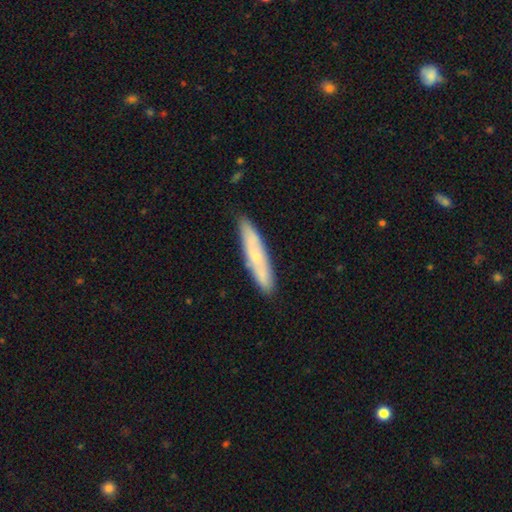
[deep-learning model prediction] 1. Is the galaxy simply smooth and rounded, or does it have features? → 50% smooth, 44% featured or disk, 6% star or artifact.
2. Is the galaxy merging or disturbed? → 84% none, 12% minor disturbance, 2% major disturbance, 2% merger.